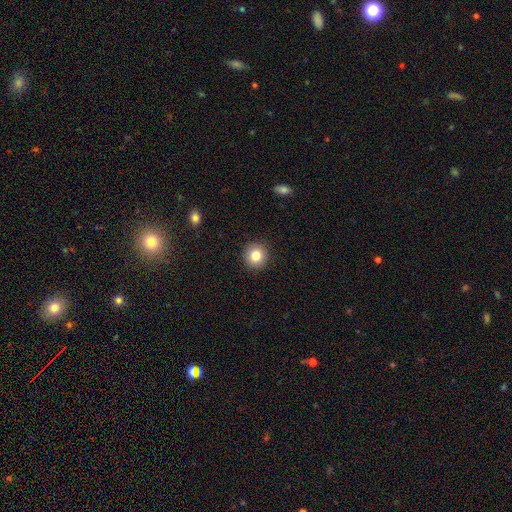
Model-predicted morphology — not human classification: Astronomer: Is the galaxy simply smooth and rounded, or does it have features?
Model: smooth — 83%.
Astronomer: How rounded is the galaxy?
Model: round — 92%.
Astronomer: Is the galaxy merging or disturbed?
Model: none — 91%.